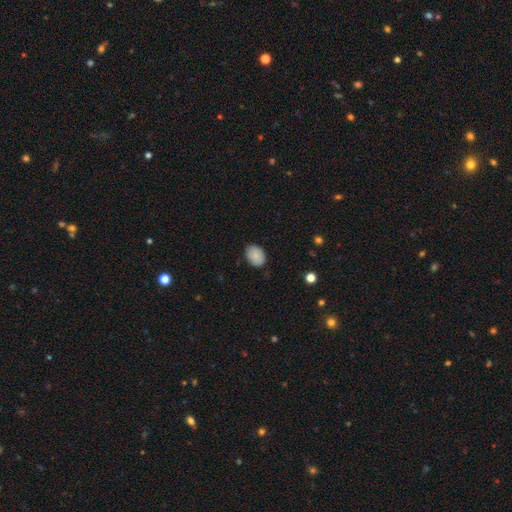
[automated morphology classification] smooth_or_featured: smooth (p=0.86) [alt: star or artifact p=0.08]
how_rounded: in between (p=0.66) [alt: round p=0.33]
merging: none (p=0.84) [alt: minor disturbance p=0.13]